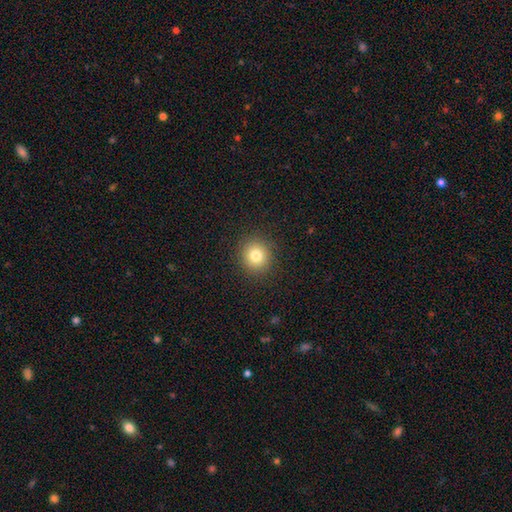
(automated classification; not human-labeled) Smooth or featured? Predicted: smooth (p=0.80). How rounded? Predicted: round (p=0.90). Merging? Predicted: none (p=0.91).